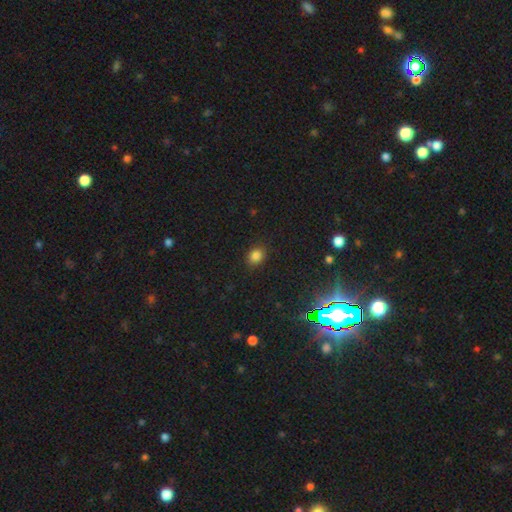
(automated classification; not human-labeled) smooth-or-featured: smooth: 82% | star or artifact: 14% | featured or disk: 4%
  how-rounded: round: 60% | in between: 39% | cigar-shaped: 1%
  merging: none: 88% | minor disturbance: 8% | major disturbance: 3% | merger: 1%